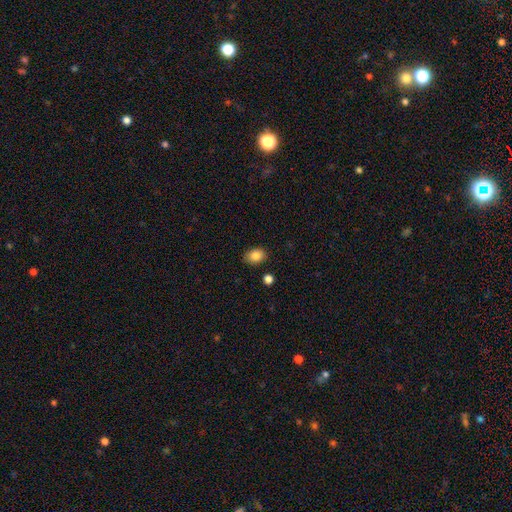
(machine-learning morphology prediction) A smooth galaxy with no disk features (85%) that is in between round and cigar-shaped (74%). Merging: none (84%).